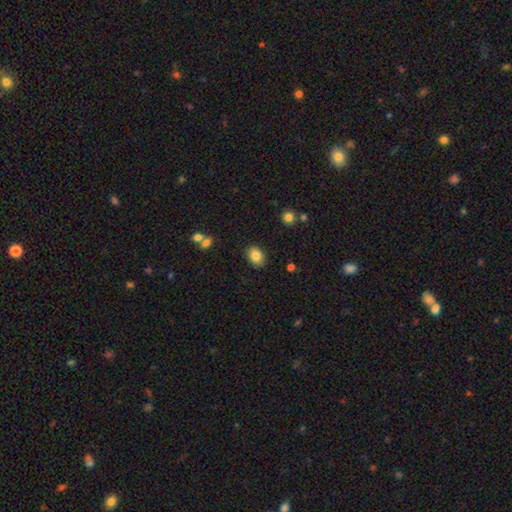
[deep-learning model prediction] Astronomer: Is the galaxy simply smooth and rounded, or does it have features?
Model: smooth — 83%.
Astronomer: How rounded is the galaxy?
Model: in between — 72%.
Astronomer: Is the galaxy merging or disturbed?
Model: none — 86%.